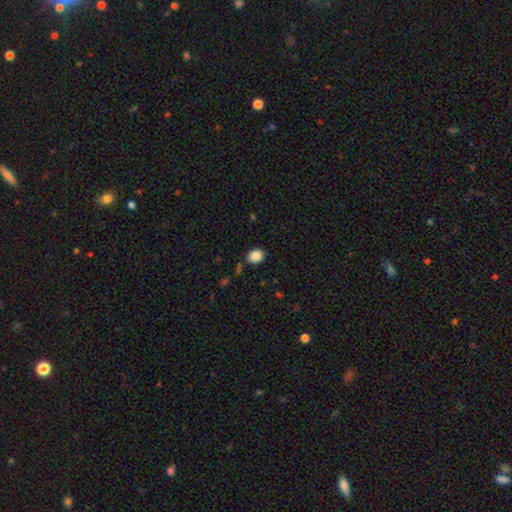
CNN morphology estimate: This is clearly a smooth galaxy (87%). How rounded: possibly round (59%). Merging: clearly none (84%).